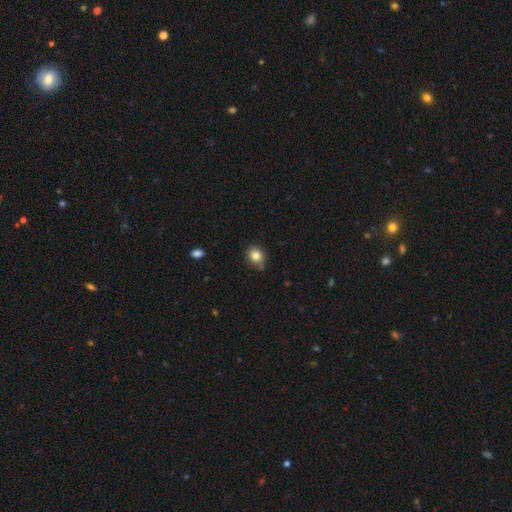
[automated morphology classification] Smooth or featured: smooth — 82% (star or artifact — 11%)
How rounded: round — 69% (in between — 30%)
Merging: none — 73% (minor disturbance — 19%)